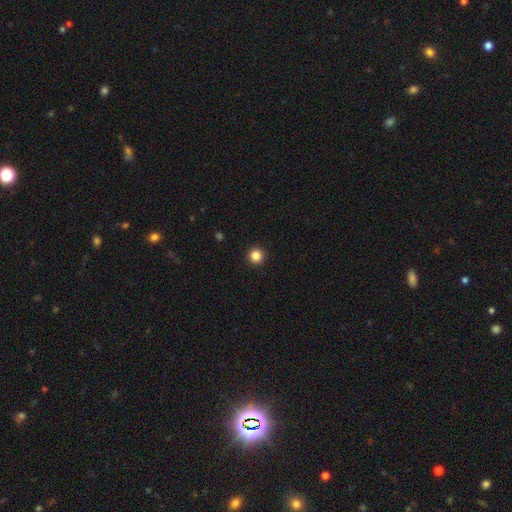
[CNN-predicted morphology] smooth_or_featured: smooth (p=0.85) [alt: star or artifact p=0.11]
how_rounded: round (p=0.96) [alt: in between p=0.03]
merging: none (p=0.94) [alt: minor disturbance p=0.04]